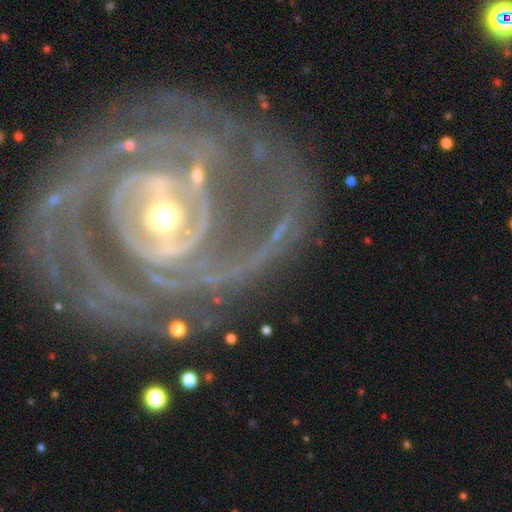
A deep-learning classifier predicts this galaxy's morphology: This appears to be a featured or disk galaxy (89%) with no bar (36%), 2 (29%) tight (66%) spiral arms (94%) and a moderate central bulge (59%). Merging: none (69%).